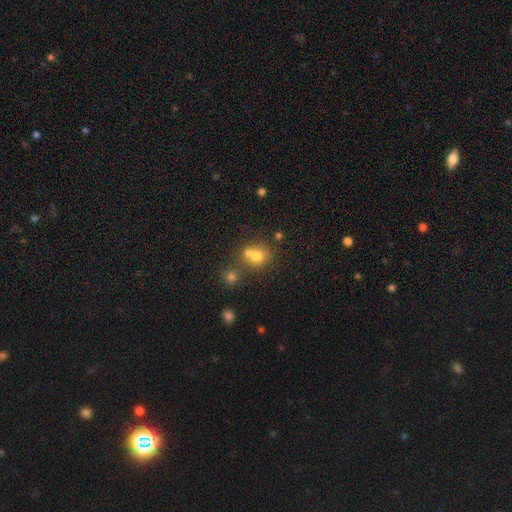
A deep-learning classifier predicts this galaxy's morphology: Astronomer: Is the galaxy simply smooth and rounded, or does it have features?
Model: smooth — 70%.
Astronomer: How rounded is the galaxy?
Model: round — 78%.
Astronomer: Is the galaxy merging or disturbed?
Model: merger — 48% (runner-up: none, 41%).